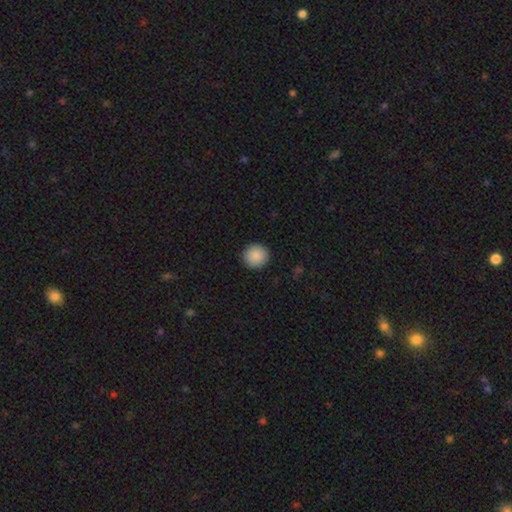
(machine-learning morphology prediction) Smooth or featured? Predicted: smooth (p=0.89). How rounded? Predicted: round (p=0.94). Merging? Predicted: none (p=0.92).